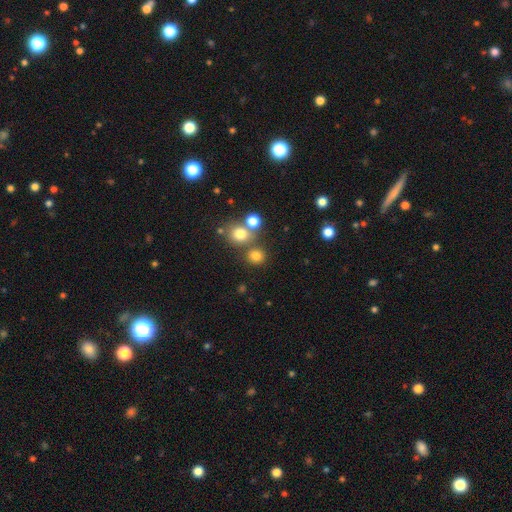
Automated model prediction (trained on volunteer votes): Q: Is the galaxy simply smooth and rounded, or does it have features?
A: smooth — 77%.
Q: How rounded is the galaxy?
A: round — 88%.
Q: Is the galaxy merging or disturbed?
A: none — 70%.